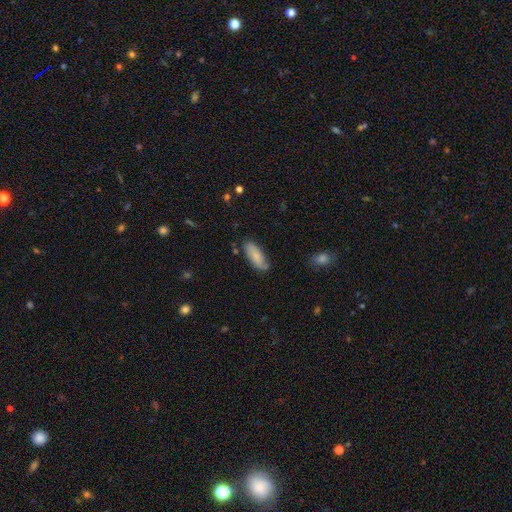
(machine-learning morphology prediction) Overall: smooth (73%). How rounded: in between (78%). Merging: none (73%).